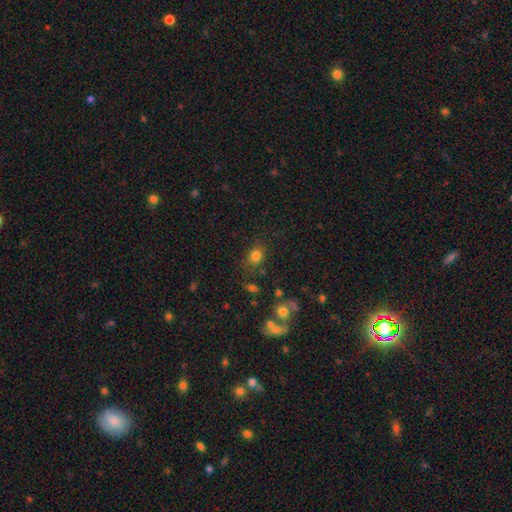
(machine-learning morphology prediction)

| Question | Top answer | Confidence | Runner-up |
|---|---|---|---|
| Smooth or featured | smooth | 78% | star or artifact (13%) |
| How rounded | in between | 54% | round (45%) |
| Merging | none | 75% | minor disturbance (15%) |